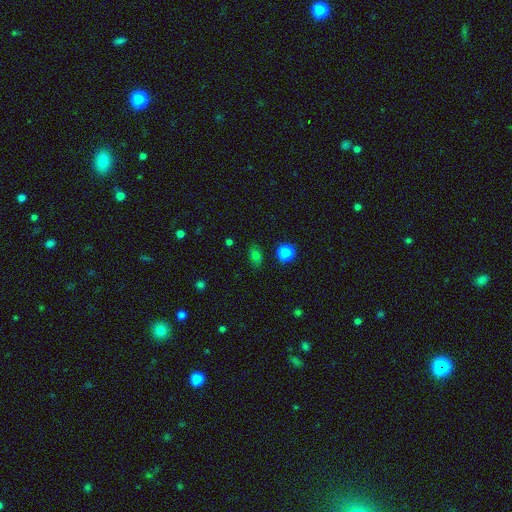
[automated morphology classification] smooth_or_featured: smooth (p=0.74) [alt: star or artifact p=0.18]
how_rounded: in between (p=0.70) [alt: round p=0.28]
merging: none (p=0.82) [alt: minor disturbance p=0.13]